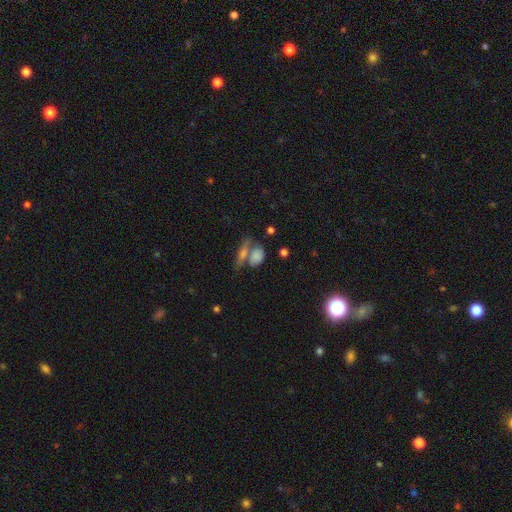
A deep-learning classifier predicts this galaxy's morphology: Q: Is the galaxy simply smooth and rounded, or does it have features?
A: smooth — 75%.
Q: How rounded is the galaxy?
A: in between — 68%.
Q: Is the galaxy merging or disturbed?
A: merger — 39%, tied with none.